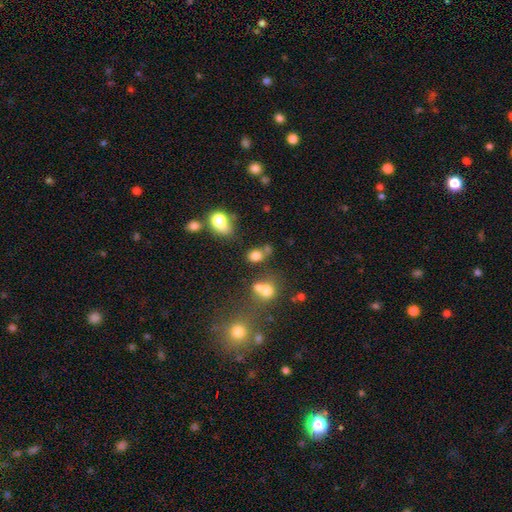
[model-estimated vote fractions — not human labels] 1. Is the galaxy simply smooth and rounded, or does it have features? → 75% smooth, 15% star or artifact, 9% featured or disk.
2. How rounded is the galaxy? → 54% in between, 44% round, 2% cigar-shaped.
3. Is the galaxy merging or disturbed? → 52% none, 26% merger, 15% minor disturbance, 7% major disturbance.